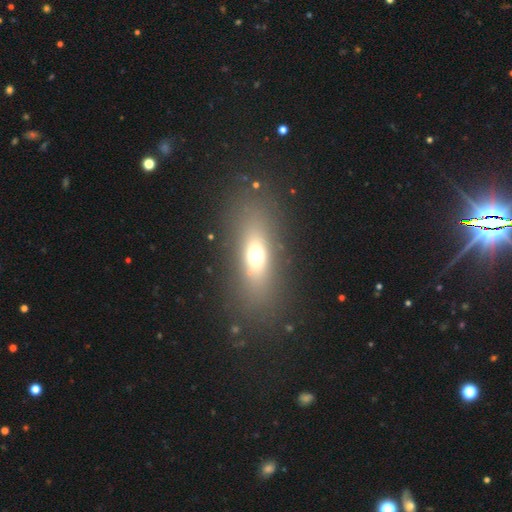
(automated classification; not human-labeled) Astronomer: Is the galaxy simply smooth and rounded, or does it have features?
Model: smooth — 59%.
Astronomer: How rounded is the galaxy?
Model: in between — 59%.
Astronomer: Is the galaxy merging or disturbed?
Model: none — 81%.